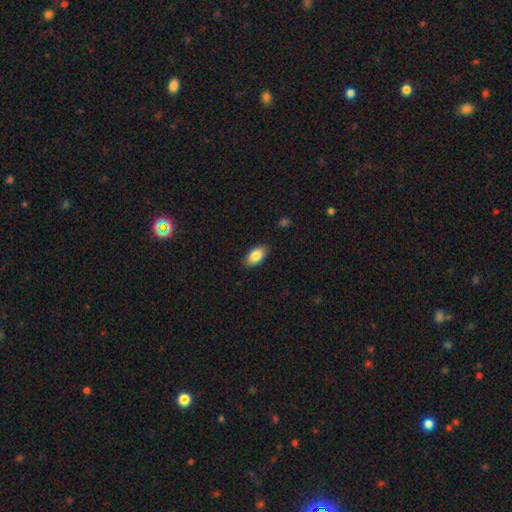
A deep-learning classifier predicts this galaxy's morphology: Smooth or featured?
  - smooth: 86% *
  - featured or disk: 8%
  - star or artifact: 7%
How rounded?
  - in between: 93% *
  - cigar-shaped: 4%
  - round: 3%
Merging?
  - none: 86% *
  - minor disturbance: 10%
  - major disturbance: 2%
  - merger: 1%